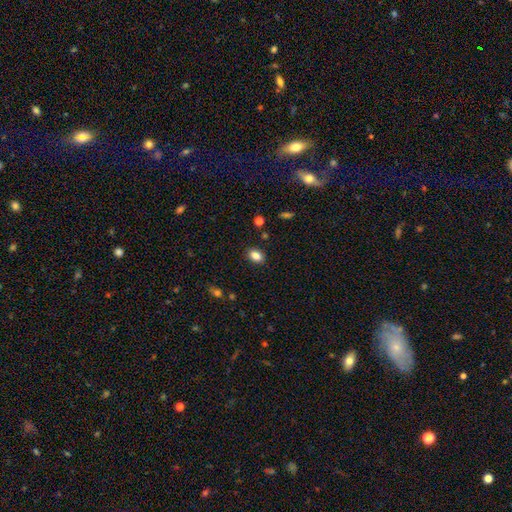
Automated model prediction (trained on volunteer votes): A smooth galaxy with no disk features (84%) that is in between round and cigar-shaped (77%). Merging: none (87%).